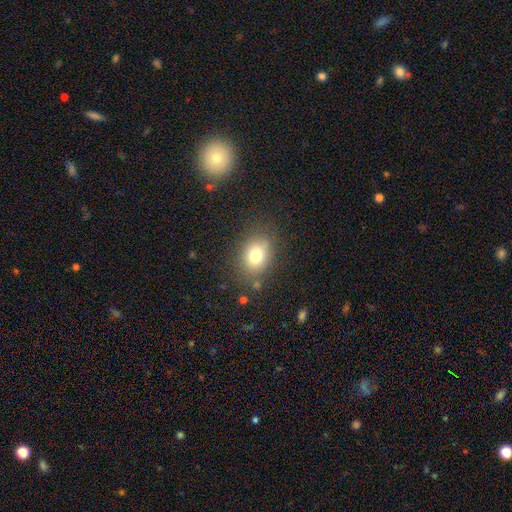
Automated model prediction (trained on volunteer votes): Smooth or featured? Predicted: smooth (p=0.76). How rounded? Predicted: in between (p=0.55). Merging? Predicted: none (p=0.79).